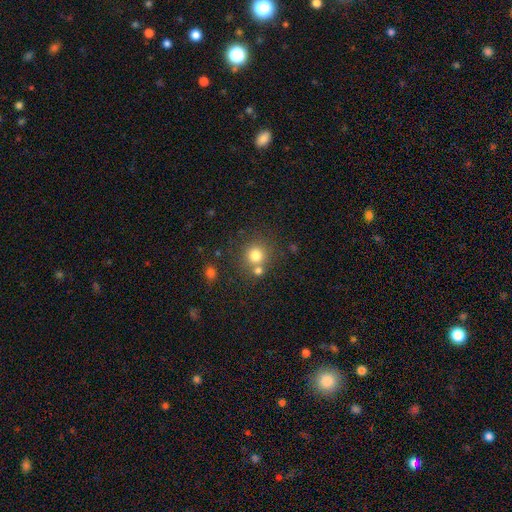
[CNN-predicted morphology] A smooth galaxy with no disk features (77%) that is round (91%). Merging: none (66%).